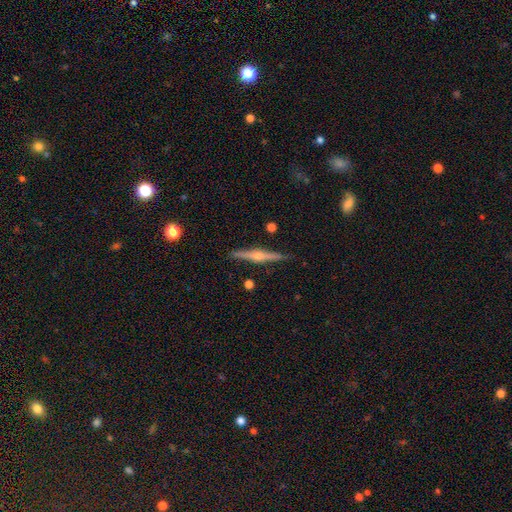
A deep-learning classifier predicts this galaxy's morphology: Q: Smooth or featured?
A: featured or disk (80%); runner-up: smooth (15%)
Q: Edge-on disk?
A: yes (98%); runner-up: no (2%)
Q: Edge-on bulge?
A: rounded (89%); runner-up: boxy (6%)
Q: Merging?
A: none (91%); runner-up: minor disturbance (7%)